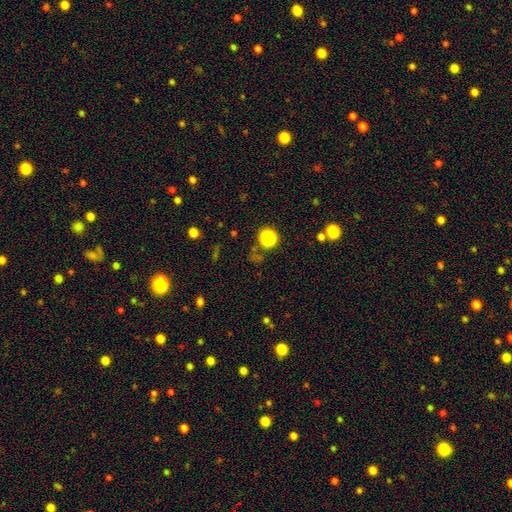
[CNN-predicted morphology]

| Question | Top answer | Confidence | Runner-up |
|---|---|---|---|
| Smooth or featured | star or artifact | 49% | smooth (42%) |